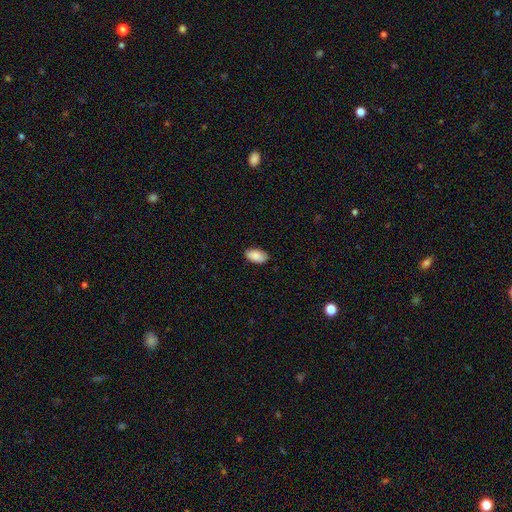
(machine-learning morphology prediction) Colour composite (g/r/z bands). It shows a smooth galaxy with no disk features (88%) that is in between round and cigar-shaped (95%). Merging: none (86%).